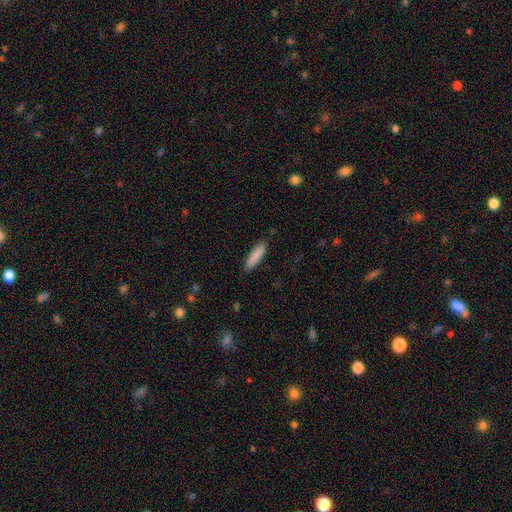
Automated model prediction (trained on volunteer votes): smooth 88%, featured or disk 6%, star or artifact 6%. Down the decision tree: how rounded — cigar-shaped (74%); merging — none (87%).